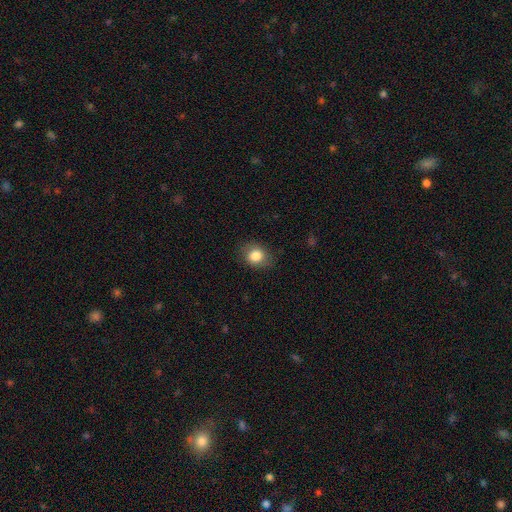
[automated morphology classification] smooth-or-featured: smooth: 83% | star or artifact: 9% | featured or disk: 8%
  how-rounded: round: 53% | in between: 46% | cigar-shaped: 1%
  merging: none: 83% | minor disturbance: 13% | major disturbance: 3% | merger: 1%